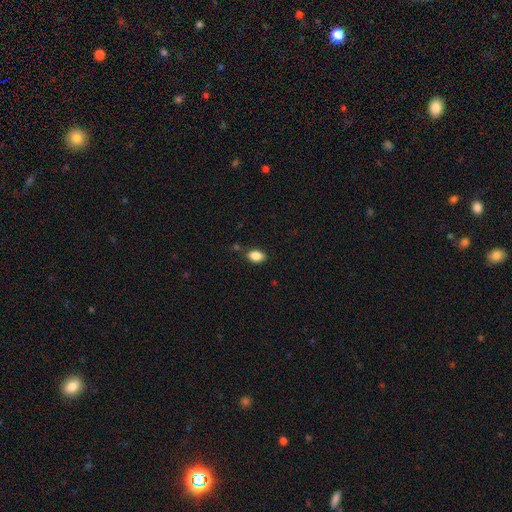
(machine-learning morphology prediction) Overall: smooth (87%). How rounded: in between (84%). Merging: none (78%).